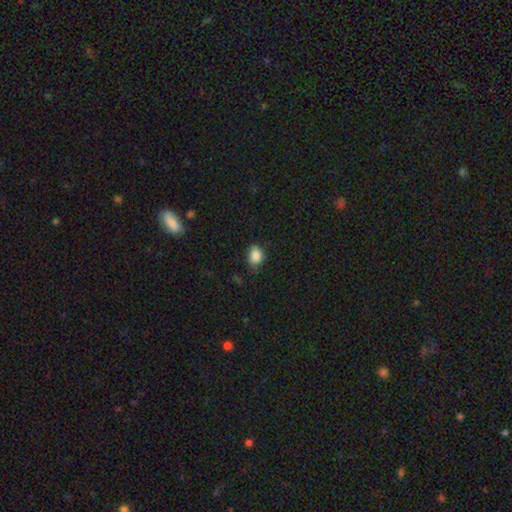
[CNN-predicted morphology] Smooth or featured?
  - smooth: 86% *
  - star or artifact: 9%
  - featured or disk: 5%
How rounded?
  - in between: 66% *
  - round: 33%
  - cigar-shaped: 1%
Merging?
  - none: 68% *
  - minor disturbance: 26%
  - major disturbance: 4%
  - merger: 1%